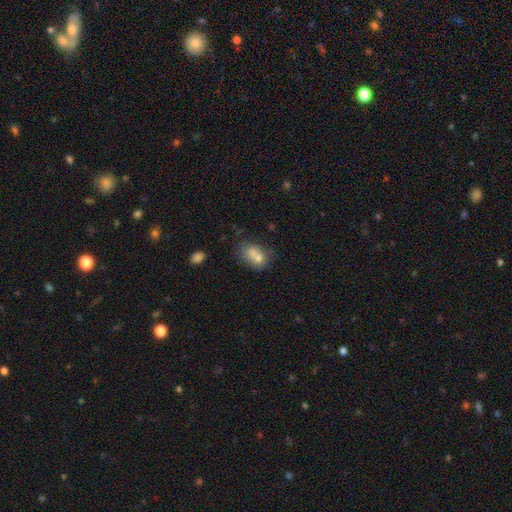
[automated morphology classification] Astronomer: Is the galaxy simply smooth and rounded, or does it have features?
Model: smooth — 71%.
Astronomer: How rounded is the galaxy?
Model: in between — 67%.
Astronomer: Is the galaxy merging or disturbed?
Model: merger — 50% (runner-up: none, 29%).